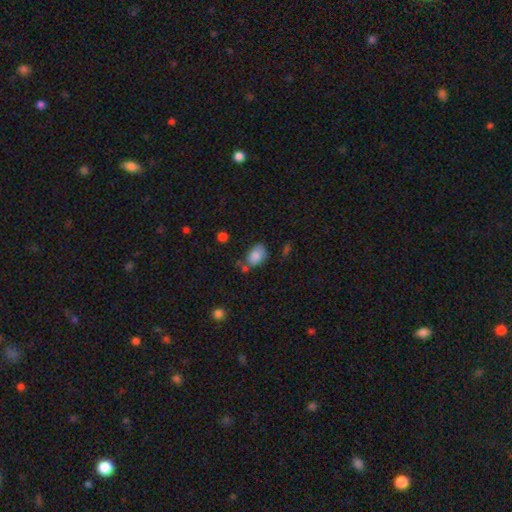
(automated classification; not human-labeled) A smooth galaxy with no disk features (84%) that is in between round and cigar-shaped (80%). Merging: none (55%).